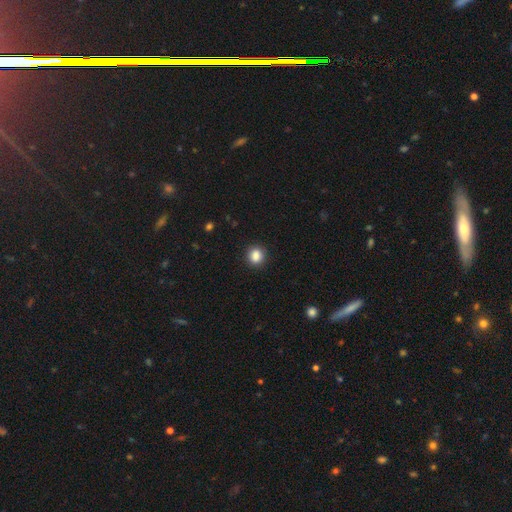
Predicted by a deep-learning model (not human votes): smooth 87%, star or artifact 10%, featured or disk 3%. Down the decision tree: how rounded — round (79%); merging — none (90%).